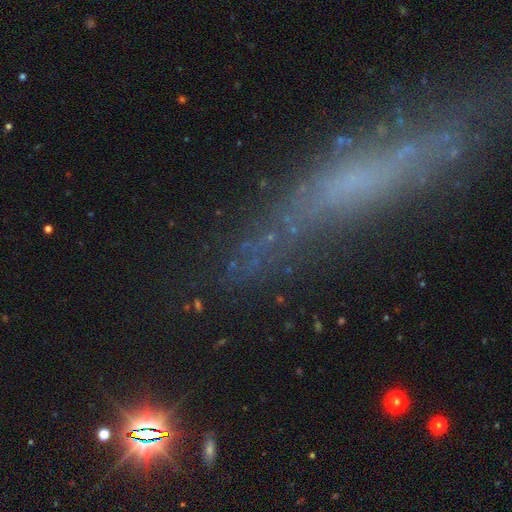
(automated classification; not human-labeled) A featured or disk galaxy (35%). Merging: none (62%).